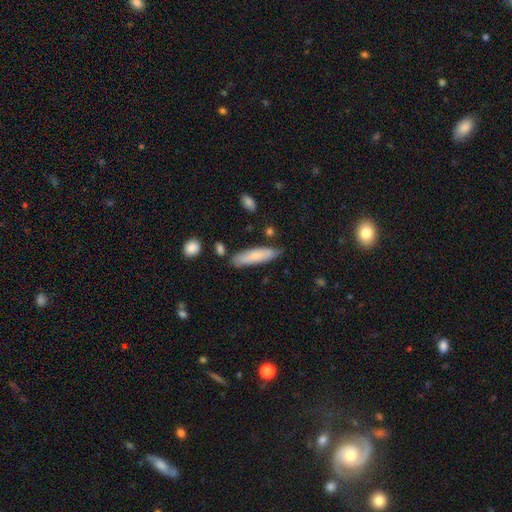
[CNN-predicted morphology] smooth_or_featured: smooth (p=0.75) [alt: featured or disk p=0.19]
how_rounded: cigar-shaped (p=0.66) [alt: in between p=0.32]
merging: none (p=0.78) [alt: minor disturbance p=0.16]